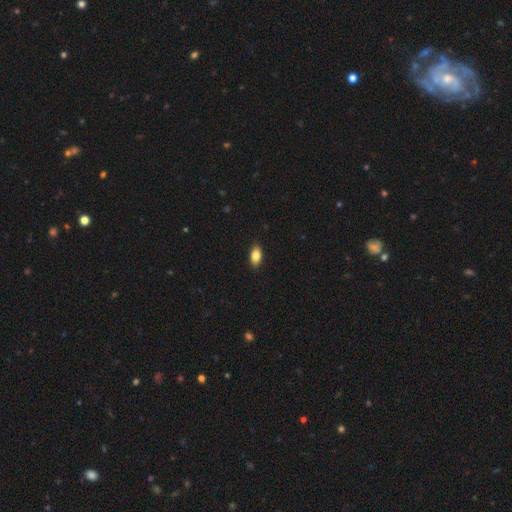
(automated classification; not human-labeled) Morphology: type=smooth (84%); roundness=in between (91%); merging=none (89%).